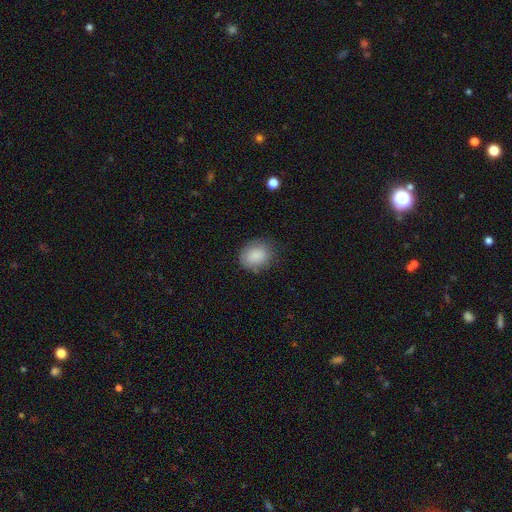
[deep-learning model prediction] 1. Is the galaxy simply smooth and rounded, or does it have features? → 87% smooth, 7% star or artifact, 6% featured or disk.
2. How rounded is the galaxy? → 53% round, 46% in between, 1% cigar-shaped.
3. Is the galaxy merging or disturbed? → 76% none, 18% minor disturbance, 5% major disturbance, 1% merger.